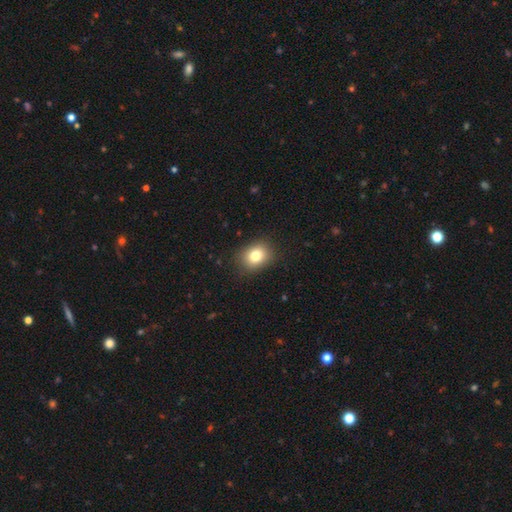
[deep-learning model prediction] smooth_or_featured: smooth (p=0.80) [alt: star or artifact p=0.11]
how_rounded: in between (p=0.51) [alt: round p=0.48]
merging: none (p=0.86) [alt: minor disturbance p=0.10]